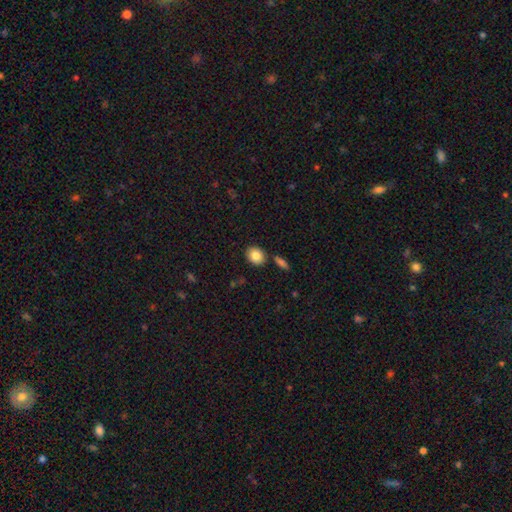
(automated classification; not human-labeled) Smooth or featured?
  - smooth: 85% *
  - star or artifact: 8%
  - featured or disk: 8%
How rounded?
  - round: 56% *
  - in between: 42%
  - cigar-shaped: 1%
Merging?
  - none: 82% *
  - minor disturbance: 9%
  - merger: 6%
  - major disturbance: 2%